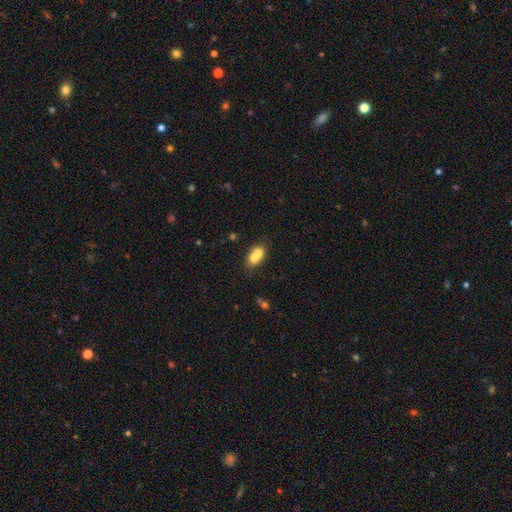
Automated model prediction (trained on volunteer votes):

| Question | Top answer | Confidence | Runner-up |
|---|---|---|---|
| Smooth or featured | smooth | 68% | featured or disk (23%) |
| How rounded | in between | 60% | round (37%) |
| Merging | merger | 66% | none (24%) |